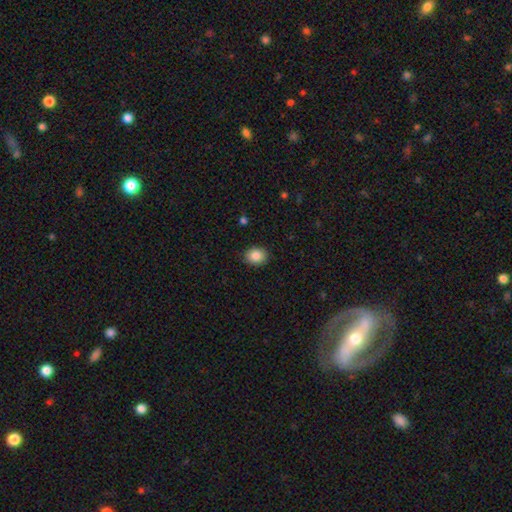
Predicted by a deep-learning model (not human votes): Smooth or featured: smooth — 87% (star or artifact — 8%)
How rounded: round — 50% (in between — 49%)
Merging: none — 89% (minor disturbance — 8%)